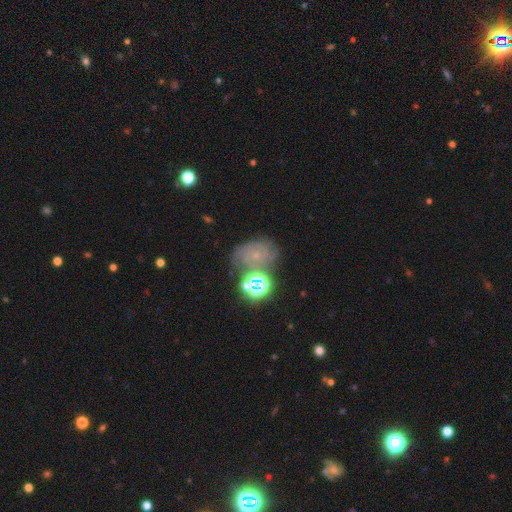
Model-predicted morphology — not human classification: Smooth or featured? star or artifact (40%)